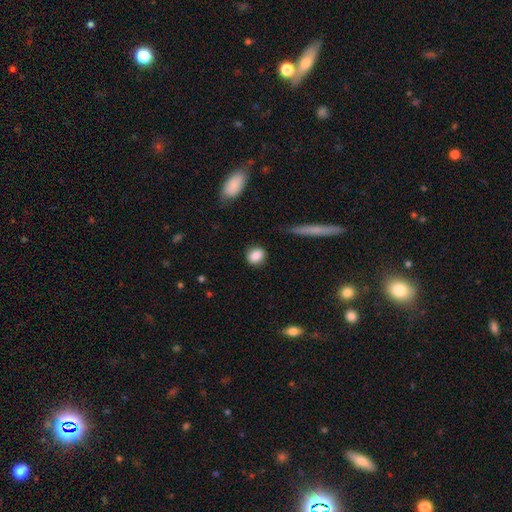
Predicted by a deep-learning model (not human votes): Smooth or featured?
  - smooth: 86% *
  - star or artifact: 8%
  - featured or disk: 6%
How rounded?
  - round: 66% *
  - in between: 32%
  - cigar-shaped: 2%
Merging?
  - none: 84% *
  - minor disturbance: 11%
  - major disturbance: 3%
  - merger: 2%